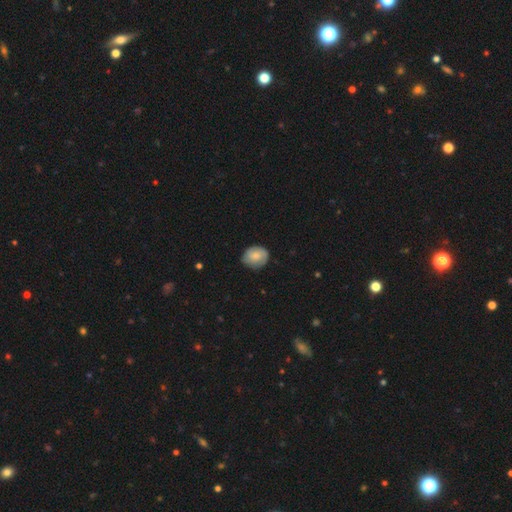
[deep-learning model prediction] smooth_or_featured: smooth (p=0.72) [alt: featured or disk p=0.22]
how_rounded: round (p=0.65) [alt: in between p=0.34]
merging: none (p=0.75) [alt: minor disturbance p=0.20]